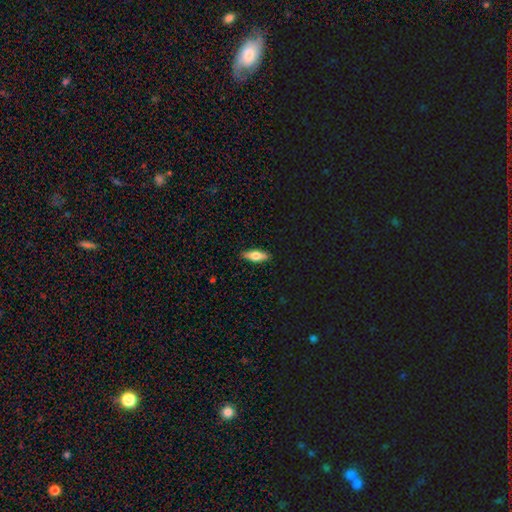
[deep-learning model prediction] The model was most divided on "how rounded": in between: 63%, cigar-shaped: 34%, round: 3%. More confident: merging — none (88%); smooth or featured — smooth (62%).